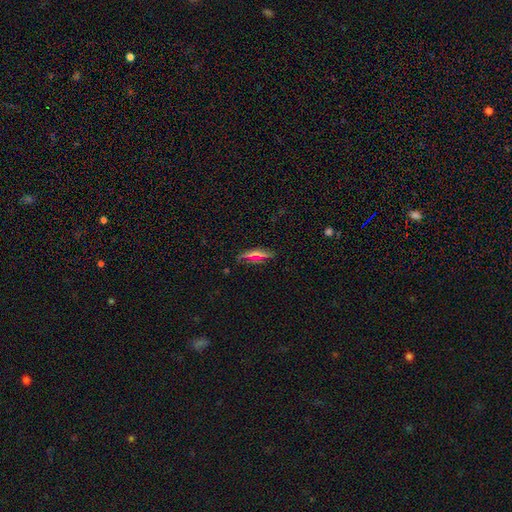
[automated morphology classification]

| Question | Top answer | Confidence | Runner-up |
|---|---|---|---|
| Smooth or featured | smooth | 56% | featured or disk (24%) |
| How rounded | cigar-shaped | 58% | in between (37%) |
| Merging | none | 80% | minor disturbance (14%) |